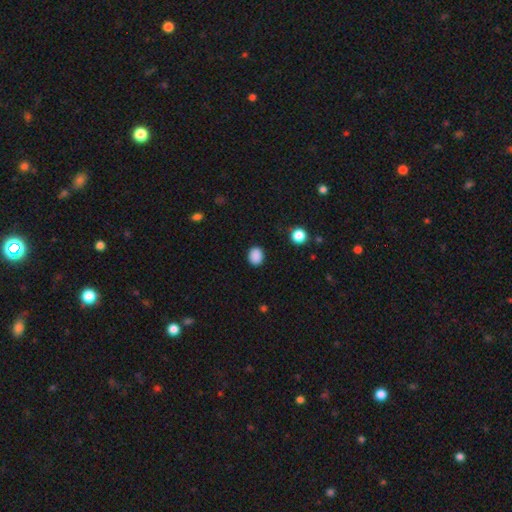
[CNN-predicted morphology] Q: Smooth or featured?
A: smooth (88%); runner-up: star or artifact (10%)
Q: How rounded?
A: round (59%); runner-up: in between (40%)
Q: Merging?
A: none (89%); runner-up: minor disturbance (8%)